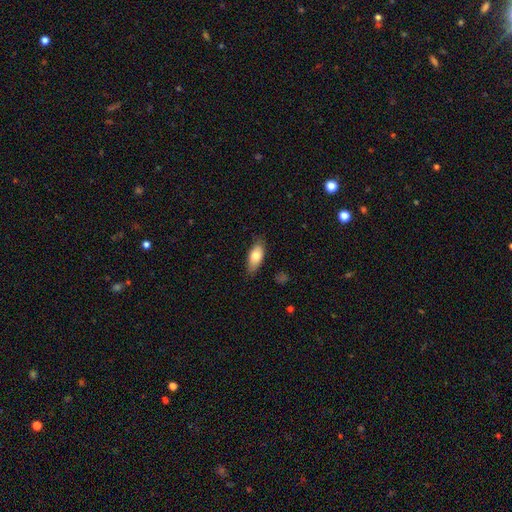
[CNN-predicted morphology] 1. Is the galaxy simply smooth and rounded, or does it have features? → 77% smooth, 16% featured or disk, 6% star or artifact.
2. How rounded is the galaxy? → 84% in between, 13% cigar-shaped, 3% round.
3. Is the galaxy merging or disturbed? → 77% none, 19% minor disturbance, 3% major disturbance, 1% merger.